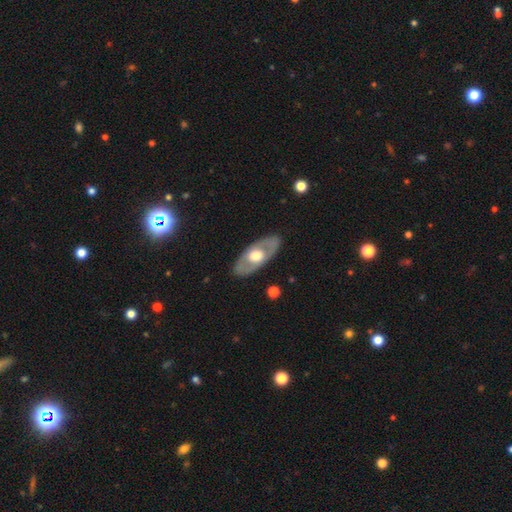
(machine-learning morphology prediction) This appears to be a featured or disk galaxy (55%). Merging: none (85%).